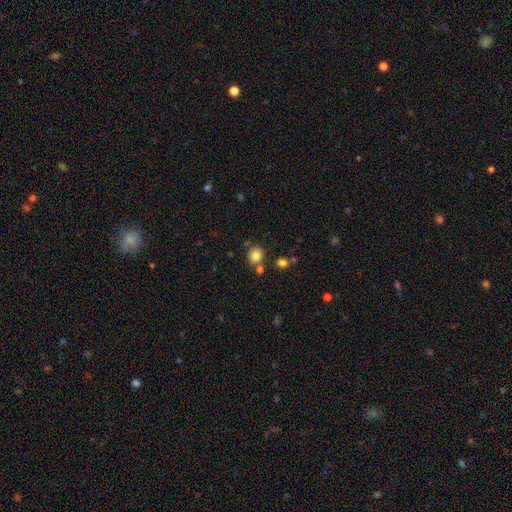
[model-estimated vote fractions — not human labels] Smooth or featured?
  - smooth: 83% *
  - star or artifact: 11%
  - featured or disk: 6%
How rounded?
  - round: 82% *
  - in between: 17%
  - cigar-shaped: 1%
Merging?
  - none: 70% *
  - merger: 16%
  - minor disturbance: 11%
  - major disturbance: 4%